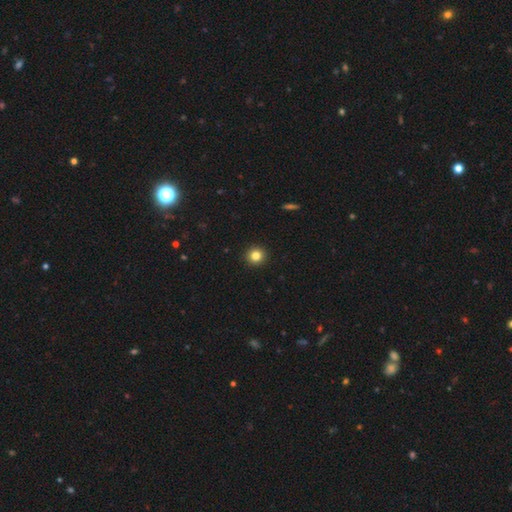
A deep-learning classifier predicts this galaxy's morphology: A smooth galaxy with no disk features (83%) that is round (94%). Merging: none (93%).